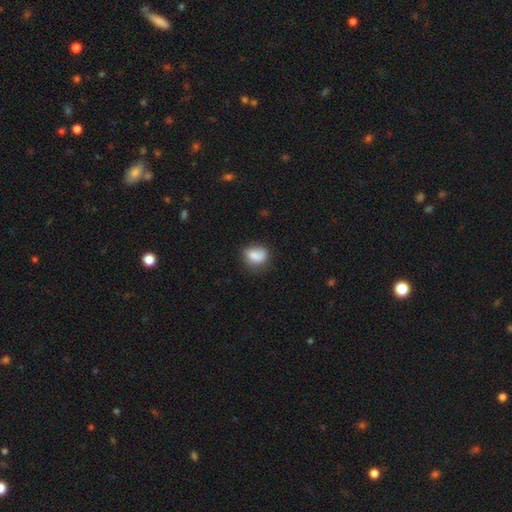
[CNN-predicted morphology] Smooth or featured: smooth — 83% (featured or disk — 9%)
How rounded: in between — 52% (round — 47%)
Merging: none — 57% (minor disturbance — 31%)